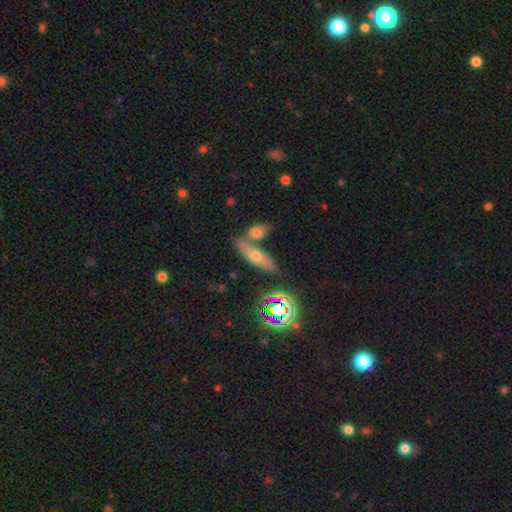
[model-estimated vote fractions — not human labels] A smooth galaxy with no disk features (50%).

Vote fractions:
- Smooth or featured? smooth: 50% / featured or disk: 31% / star or artifact: 19%
- Merging? none: 61% / merger: 25% / minor disturbance: 11% / major disturbance: 4%